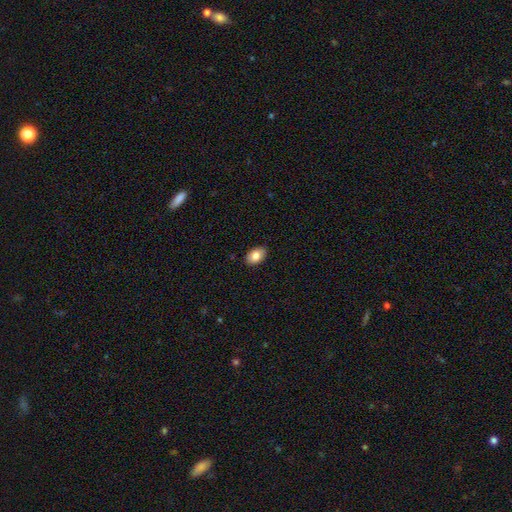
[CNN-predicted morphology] smooth 83%, featured or disk 10%, star or artifact 7%. Down the decision tree: how rounded — in between (90%); merging — none (88%).